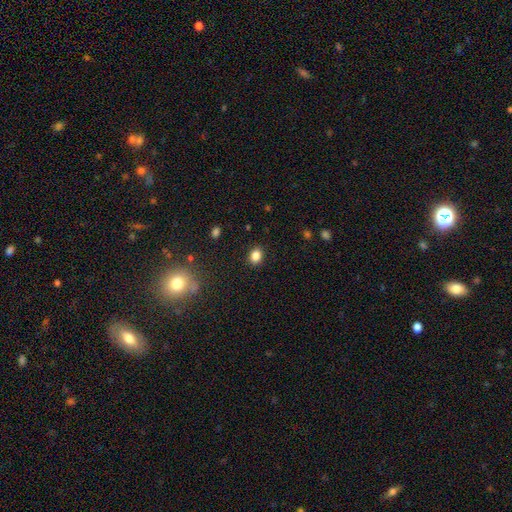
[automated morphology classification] Smooth or featured? smooth (85%)
How rounded? in between (52%)
Merging? none (88%)